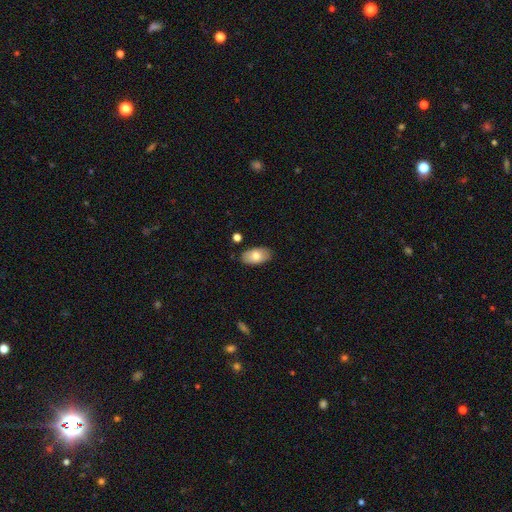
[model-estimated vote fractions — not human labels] Smooth or featured? smooth (75%)
How rounded? in between (94%)
Merging? none (84%)